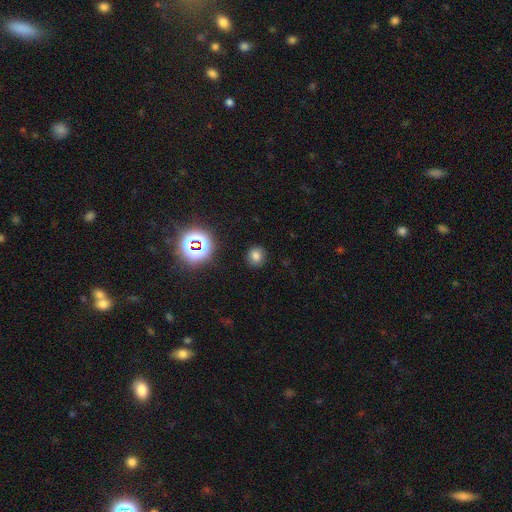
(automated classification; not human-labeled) Morphology: type=smooth (72%); roundness=round (85%); merging=none (88%).